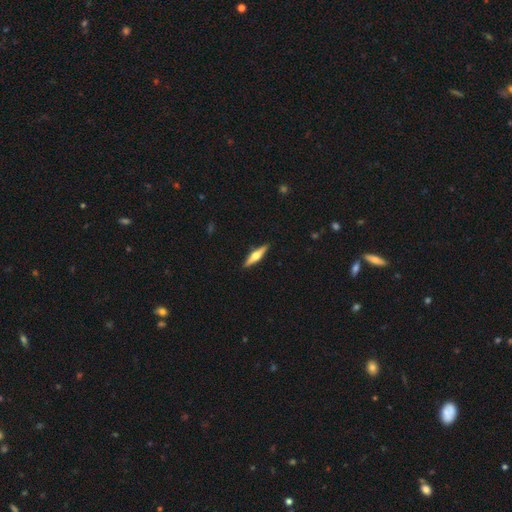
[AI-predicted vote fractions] smooth-or-featured: featured or disk: 65% | smooth: 30% | star or artifact: 5%
  disk-edge-on: yes: 97% | no: 3%
    edge-on-bulge: rounded: 94% | boxy: 4% | none: 2%
  merging: none: 91% | minor disturbance: 7% | major disturbance: 1% | merger: 1%